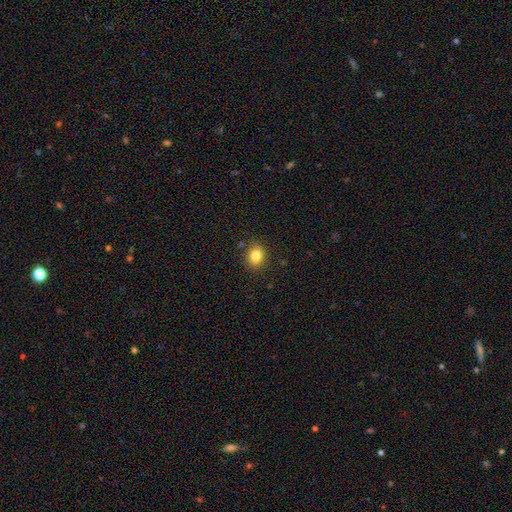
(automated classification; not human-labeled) The model was most divided on "how rounded": round: 60%, in between: 39%, cigar-shaped: 1%. More confident: merging — none (86%); smooth or featured — smooth (81%).